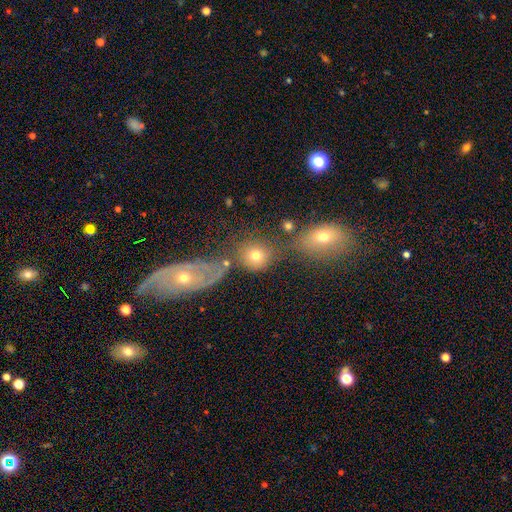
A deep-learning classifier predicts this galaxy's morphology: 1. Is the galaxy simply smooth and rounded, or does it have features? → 71% smooth, 16% featured or disk, 13% star or artifact.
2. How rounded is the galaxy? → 80% round, 19% in between, 2% cigar-shaped.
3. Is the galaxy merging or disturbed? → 58% none, 20% merger, 13% minor disturbance, 8% major disturbance.